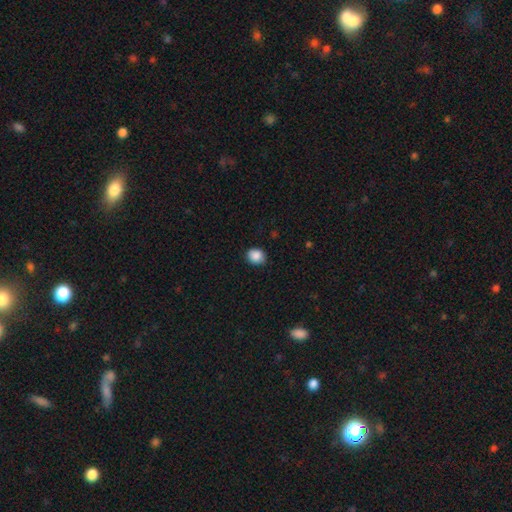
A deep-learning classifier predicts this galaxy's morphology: Smooth or featured? Predicted: smooth (p=0.88). How rounded? Predicted: round (p=0.63). Merging? Predicted: none (p=0.86).